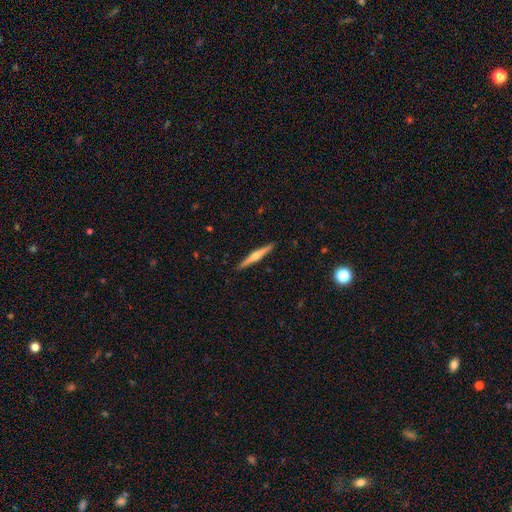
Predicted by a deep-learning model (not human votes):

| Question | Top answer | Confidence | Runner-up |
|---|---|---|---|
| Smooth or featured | featured or disk | 68% | smooth (27%) |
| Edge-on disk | yes | 98% | no (2%) |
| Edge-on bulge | rounded | 86% | none (8%) |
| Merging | none | 91% | minor disturbance (6%) |